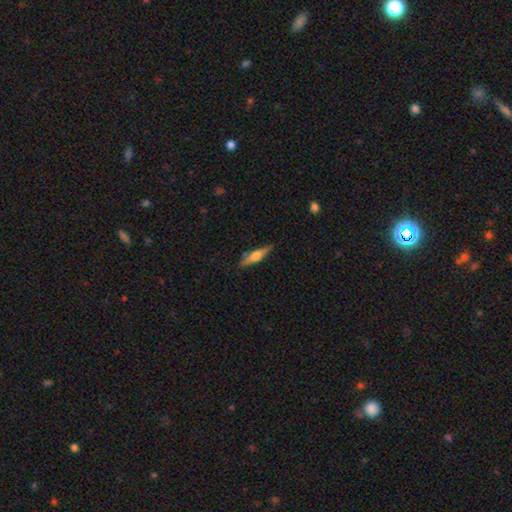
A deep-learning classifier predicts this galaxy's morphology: Overall: featured or disk (51%; smooth 43%). Edge-on disk: yes (95%). Merging: none (83%).